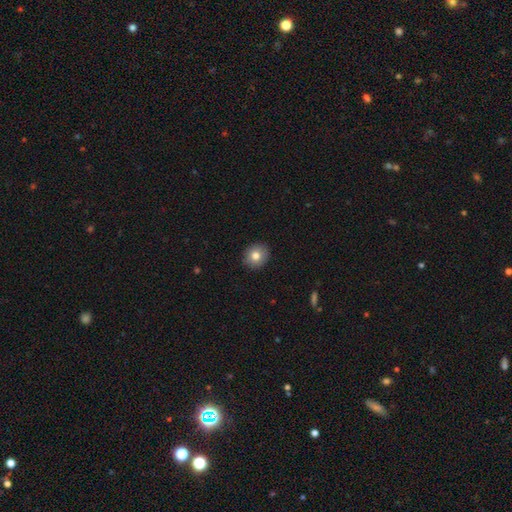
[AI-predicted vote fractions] Smooth or featured? Predicted: smooth (p=0.80). How rounded? Predicted: round (p=0.81). Merging? Predicted: none (p=0.90).